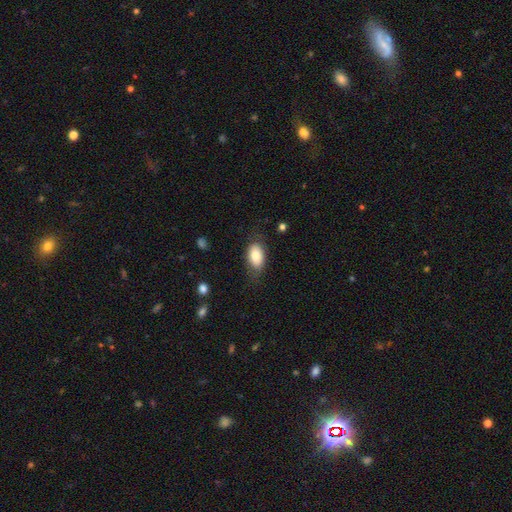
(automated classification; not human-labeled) This is likely a smooth galaxy (79%). How rounded: clearly in between (90%). Merging: likely none (72%).